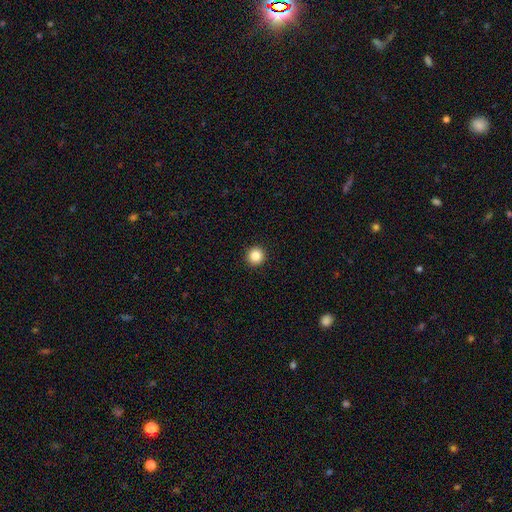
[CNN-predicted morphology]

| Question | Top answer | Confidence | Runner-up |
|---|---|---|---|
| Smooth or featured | smooth | 86% | star or artifact (10%) |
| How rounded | round | 95% | in between (4%) |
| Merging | none | 93% | minor disturbance (4%) |